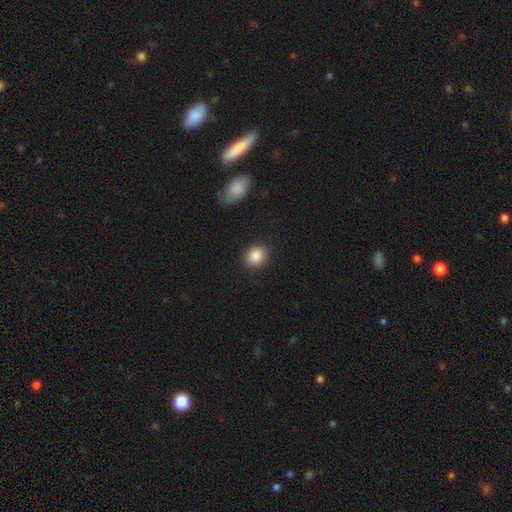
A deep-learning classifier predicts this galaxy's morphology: Smooth or featured? smooth (87%)
How rounded? round (64%)
Merging? none (88%)